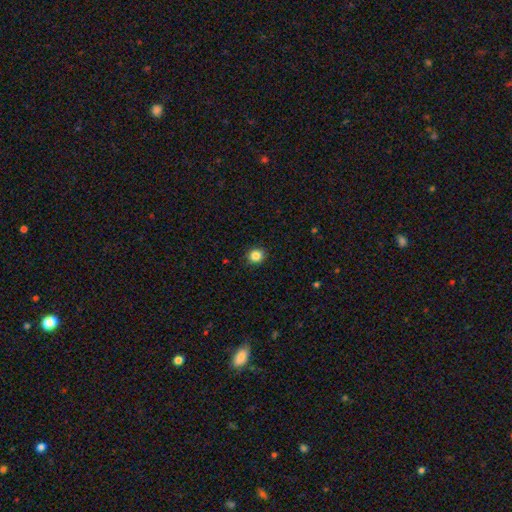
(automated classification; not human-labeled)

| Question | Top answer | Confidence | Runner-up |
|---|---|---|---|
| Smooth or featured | smooth | 85% | star or artifact (11%) |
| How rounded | round | 86% | in between (13%) |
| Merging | none | 91% | minor disturbance (6%) |